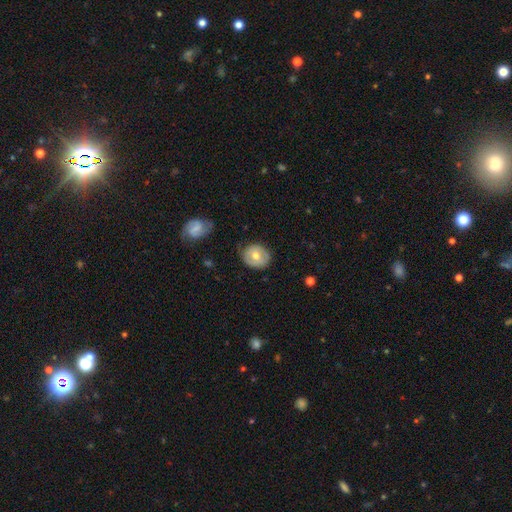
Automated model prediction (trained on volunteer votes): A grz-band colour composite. It shows a smooth galaxy with no disk features (58%) that is round (76%). Merging: none (73%).